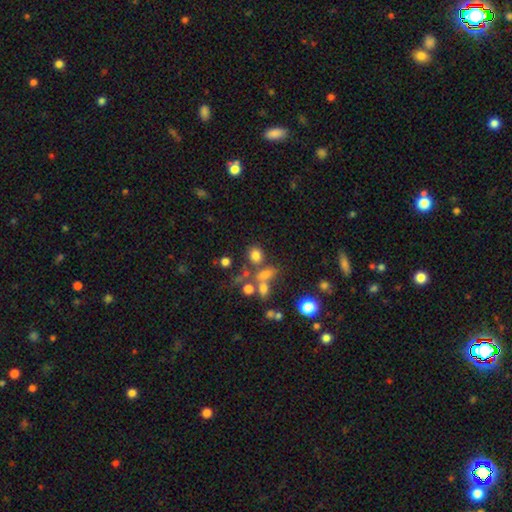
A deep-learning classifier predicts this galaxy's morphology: The model was most divided on "how rounded": round: 62%, in between: 36%, cigar-shaped: 2%. More confident: smooth or featured — smooth (74%); merging — none (59%).